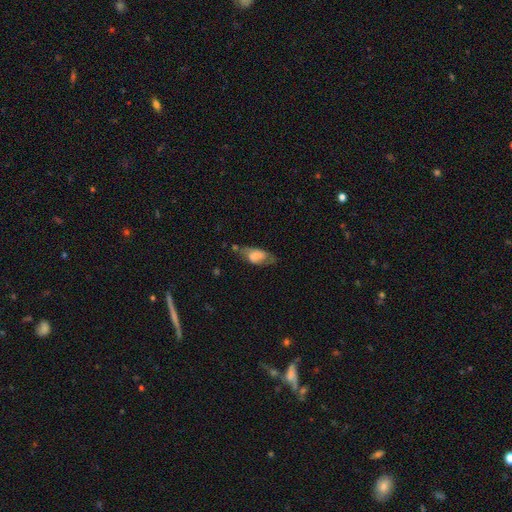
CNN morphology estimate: smooth 57%, featured or disk 36%, star or artifact 8%. Down the decision tree: how rounded — in between (86%); merging — none (52%).